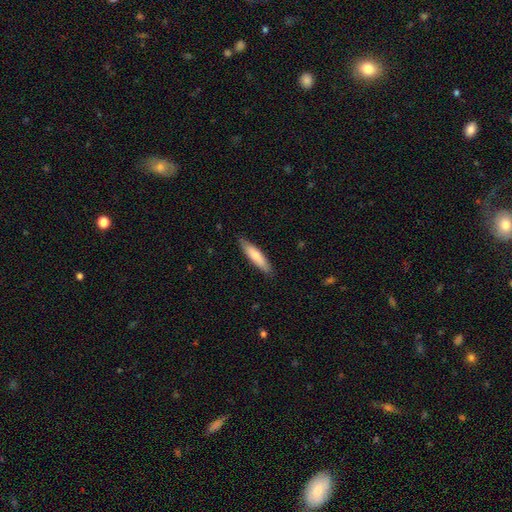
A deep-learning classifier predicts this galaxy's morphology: Smooth or featured?
  - smooth: 76% *
  - featured or disk: 19%
  - star or artifact: 5%
How rounded?
  - cigar-shaped: 77% *
  - in between: 22%
  - round: 1%
Merging?
  - none: 86% *
  - minor disturbance: 12%
  - major disturbance: 2%
  - merger: 1%